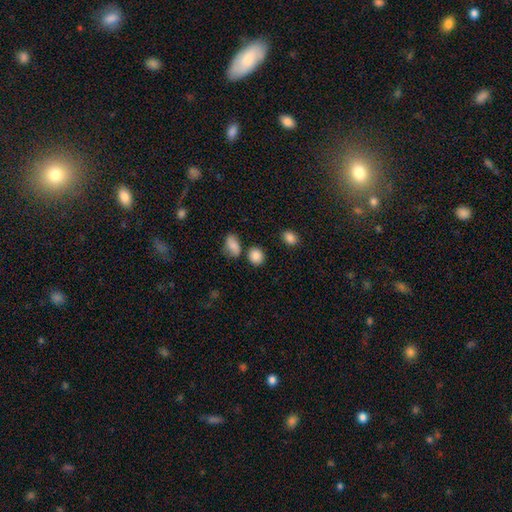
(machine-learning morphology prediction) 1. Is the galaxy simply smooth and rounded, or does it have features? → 86% smooth, 10% star or artifact, 5% featured or disk.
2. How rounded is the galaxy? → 73% round, 26% in between, 1% cigar-shaped.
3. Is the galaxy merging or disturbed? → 76% none, 12% minor disturbance, 8% merger, 3% major disturbance.